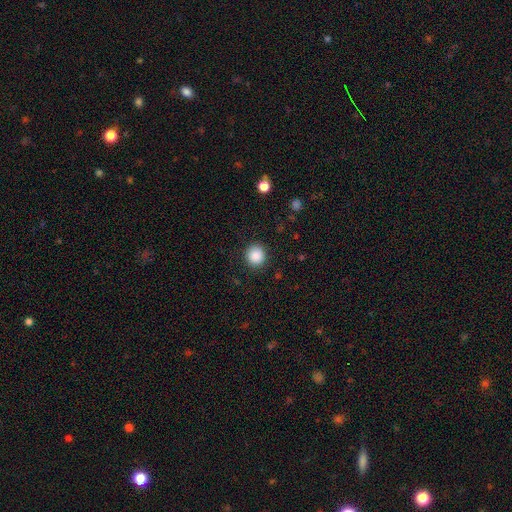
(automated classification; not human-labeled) smooth 88%, star or artifact 9%, featured or disk 3%. Down the decision tree: how rounded — round (89%); merging — none (89%).